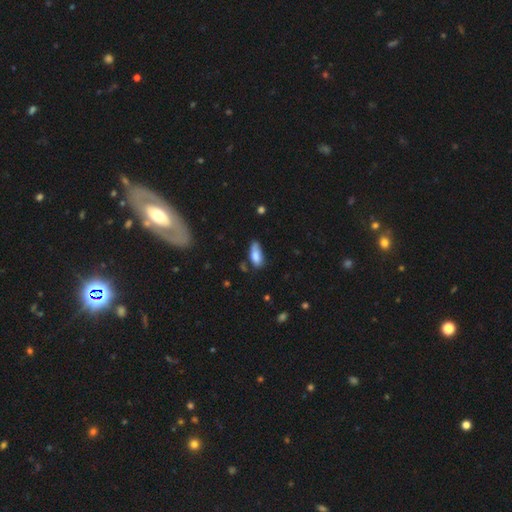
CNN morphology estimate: Smooth or featured? Predicted: smooth (p=0.82). How rounded? Predicted: in between (p=0.81). Merging? Predicted: none (p=0.53).